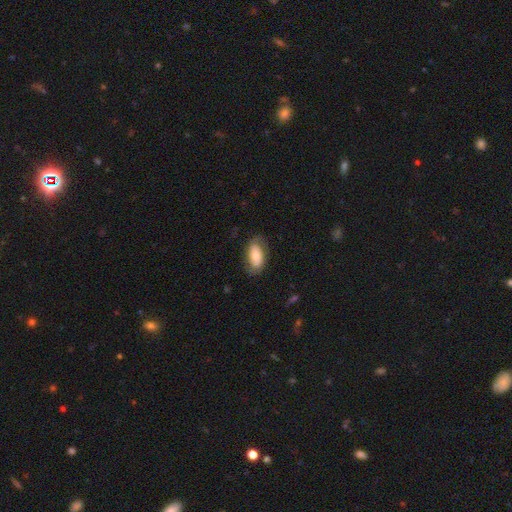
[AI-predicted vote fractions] smooth_or_featured: smooth (p=0.57) [alt: featured or disk p=0.36]
how_rounded: in between (p=0.92) [alt: round p=0.05]
merging: none (p=0.72) [alt: minor disturbance p=0.18]